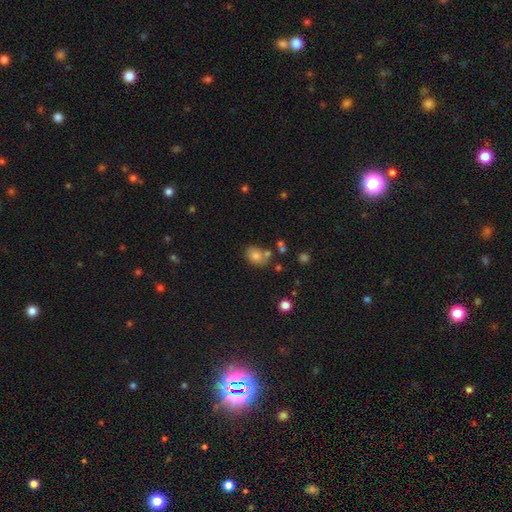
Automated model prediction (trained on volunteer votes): Smooth or featured? Predicted: smooth (p=0.78). How rounded? Predicted: in between (p=0.69). Merging? Predicted: none (p=0.60).